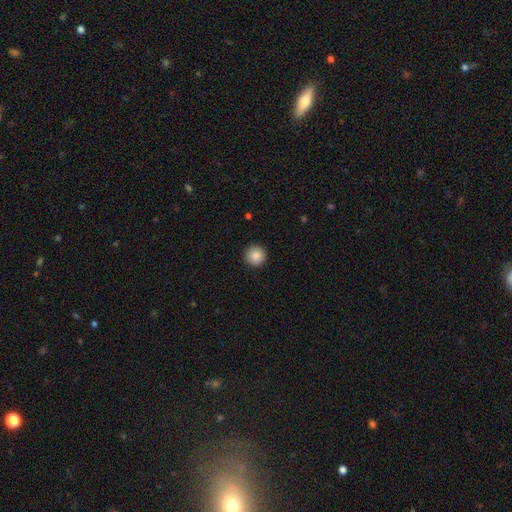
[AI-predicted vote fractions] The model was most divided on "smooth or featured": smooth: 88%, star or artifact: 8%, featured or disk: 3%. More confident: how rounded — round (96%); merging — none (93%).